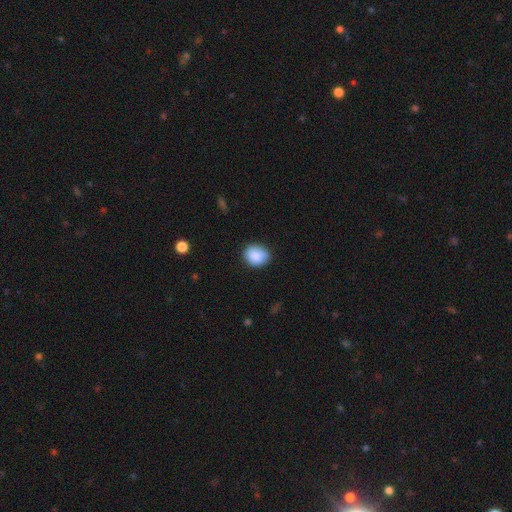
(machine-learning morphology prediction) Q: Smooth or featured?
A: smooth (88%); runner-up: star or artifact (7%)
Q: How rounded?
A: round (60%); runner-up: in between (39%)
Q: Merging?
A: none (81%); runner-up: minor disturbance (15%)